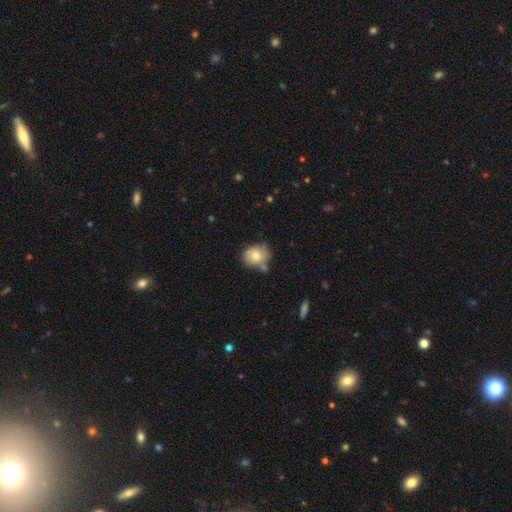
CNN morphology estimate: The model was most divided on "merging": none: 54%, minor disturbance: 25%, merger: 14%, major disturbance: 6%. More confident: smooth or featured — smooth (75%); how rounded — round (68%).